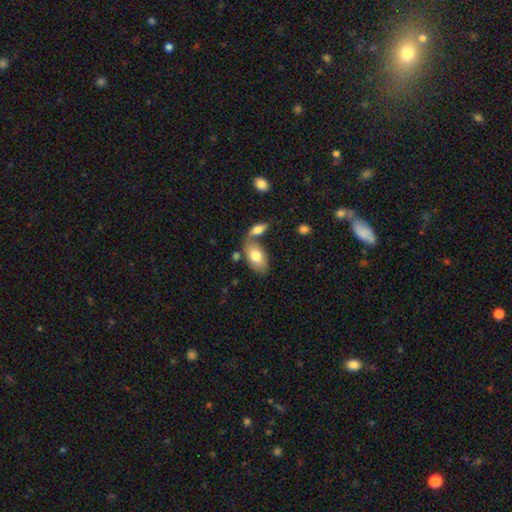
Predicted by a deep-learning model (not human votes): Smooth or featured? smooth (76%)
How rounded? in between (94%)
Merging? none (50%)